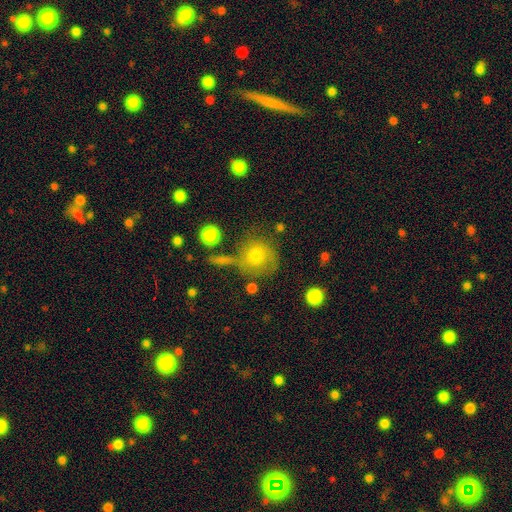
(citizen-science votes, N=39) Morphology: type=smooth (69%); roundness=round (74%); merging=none (43%).